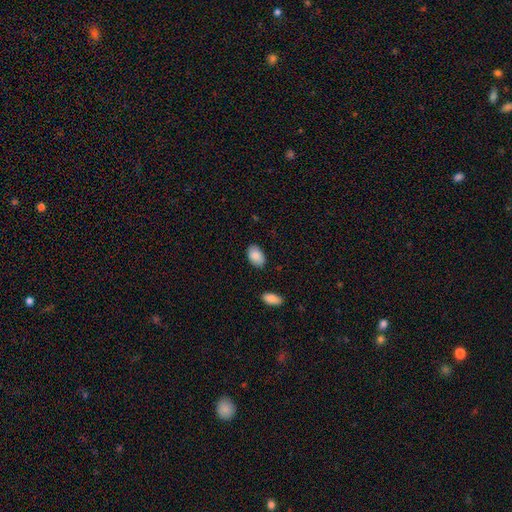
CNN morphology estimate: Smooth or featured? Predicted: smooth (p=0.87). How rounded? Predicted: in between (p=0.92). Merging? Predicted: none (p=0.84).